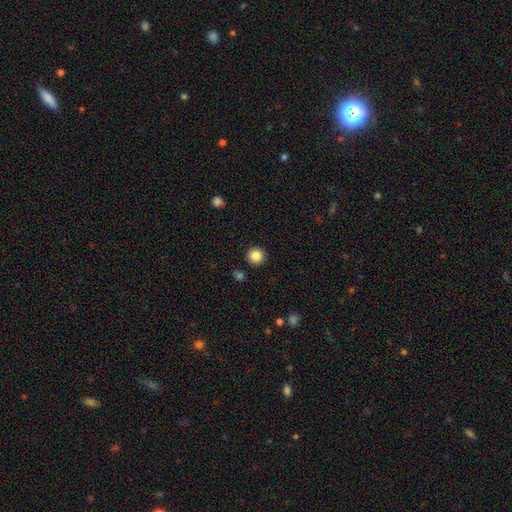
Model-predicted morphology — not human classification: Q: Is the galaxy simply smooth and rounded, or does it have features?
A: smooth — 85%.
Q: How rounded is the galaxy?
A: round — 95%.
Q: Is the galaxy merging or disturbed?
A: none — 92%.